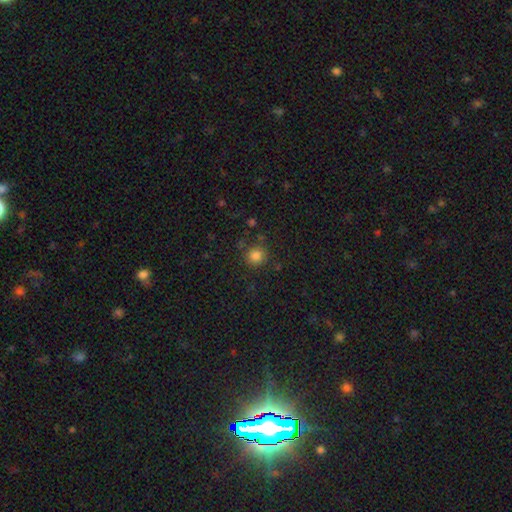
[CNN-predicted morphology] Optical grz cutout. It shows a smooth galaxy with no disk features (82%) that is round (90%). Merging: none (83%).